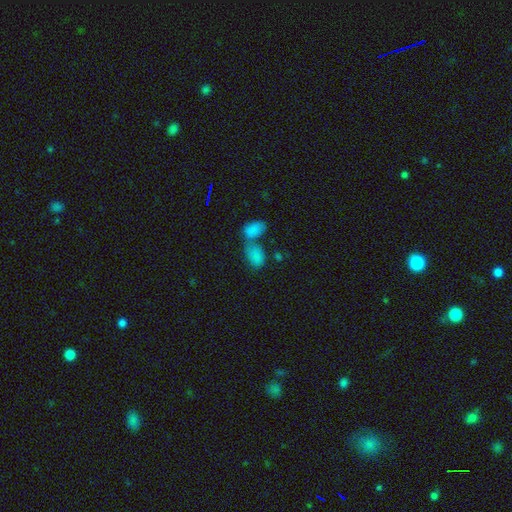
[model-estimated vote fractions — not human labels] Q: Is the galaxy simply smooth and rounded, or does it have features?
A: smooth — 82%.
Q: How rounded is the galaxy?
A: in between — 91%.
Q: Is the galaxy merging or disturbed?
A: merger — 54%.